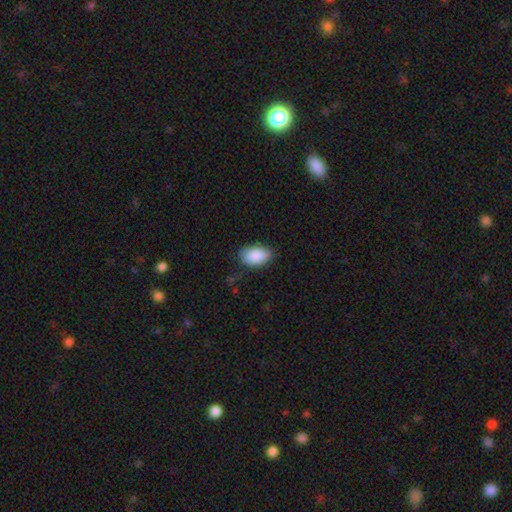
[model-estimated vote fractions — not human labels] Smooth or featured: smooth — 89% (star or artifact — 7%)
How rounded: in between — 92% (round — 7%)
Merging: none — 77% (minor disturbance — 18%)